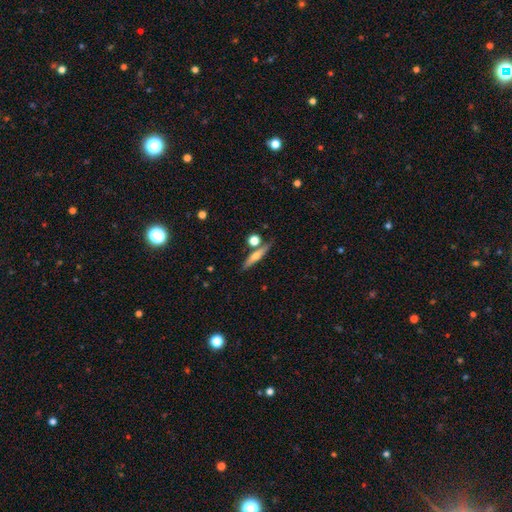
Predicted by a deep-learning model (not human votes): Smooth or featured: smooth — 51% (featured or disk — 42%)
How rounded: cigar-shaped — 80% (in between — 14%)
Merging: none — 72% (merger — 12%)